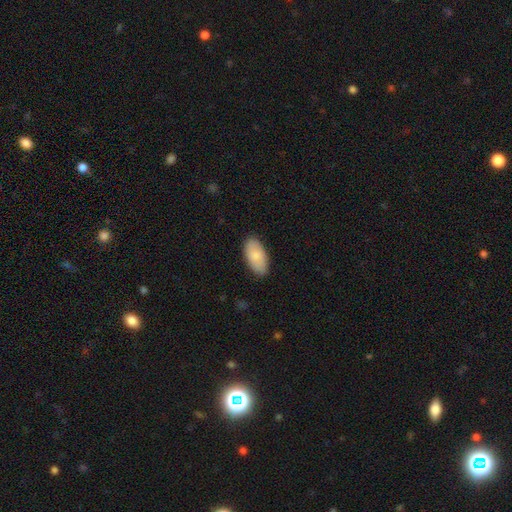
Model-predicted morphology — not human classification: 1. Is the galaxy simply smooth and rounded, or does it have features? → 83% smooth, 11% featured or disk, 5% star or artifact.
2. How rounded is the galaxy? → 95% in between, 3% cigar-shaped, 2% round.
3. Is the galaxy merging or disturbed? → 85% none, 12% minor disturbance, 2% major disturbance, 1% merger.